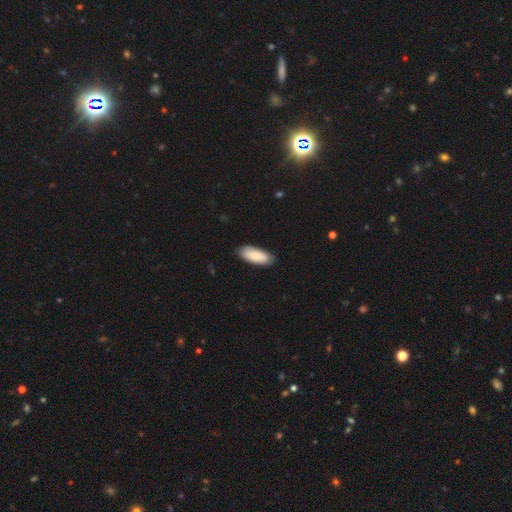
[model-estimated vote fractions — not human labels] Q: Smooth or featured?
A: smooth (87%); runner-up: featured or disk (7%)
Q: How rounded?
A: in between (81%); runner-up: cigar-shaped (17%)
Q: Merging?
A: none (85%); runner-up: minor disturbance (12%)